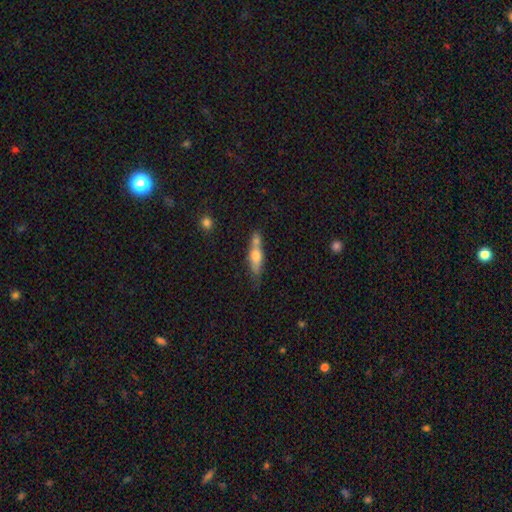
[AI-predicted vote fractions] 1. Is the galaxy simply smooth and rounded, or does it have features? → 59% smooth, 35% featured or disk, 7% star or artifact.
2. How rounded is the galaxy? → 61% cigar-shaped, 35% in between, 4% round.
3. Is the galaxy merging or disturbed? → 44% none, 32% merger, 18% minor disturbance, 6% major disturbance.